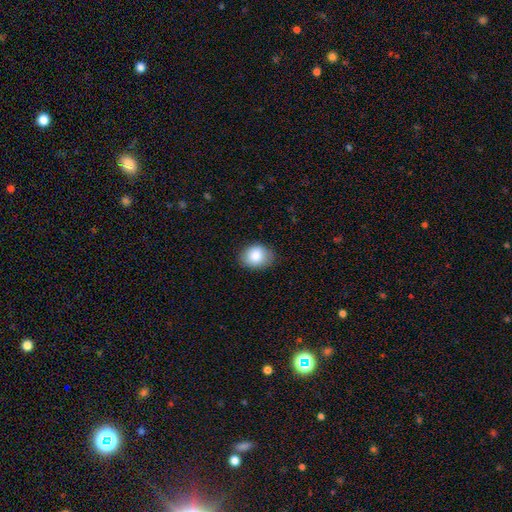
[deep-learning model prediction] This appears to be a smooth galaxy with no disk features (85%) that is in between round and cigar-shaped (53%). Merging: none (82%).